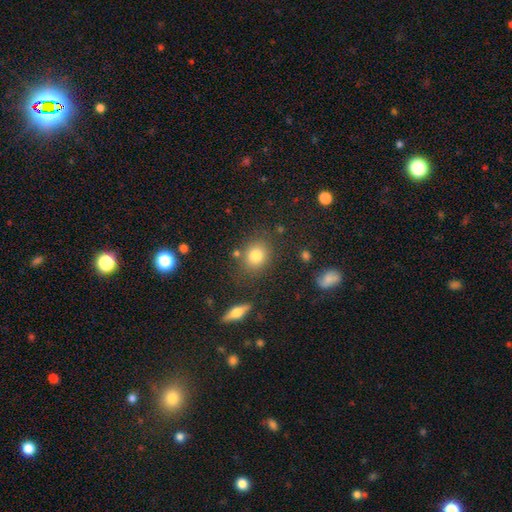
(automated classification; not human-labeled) Smooth or featured: smooth — 79% (star or artifact — 11%)
How rounded: round — 64% (in between — 34%)
Merging: none — 77% (minor disturbance — 12%)